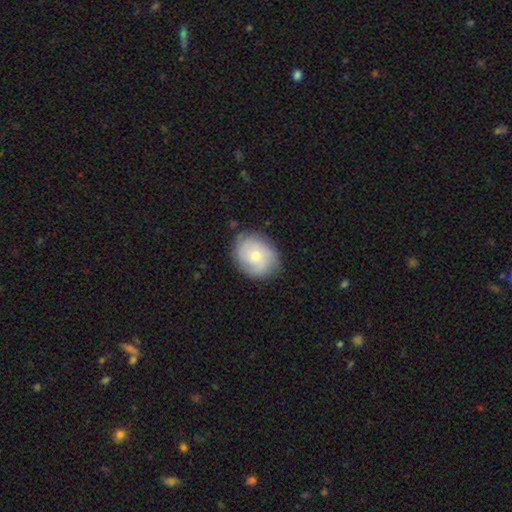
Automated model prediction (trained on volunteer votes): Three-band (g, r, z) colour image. It shows a featured or disk galaxy (47%). Merging: none (79%).